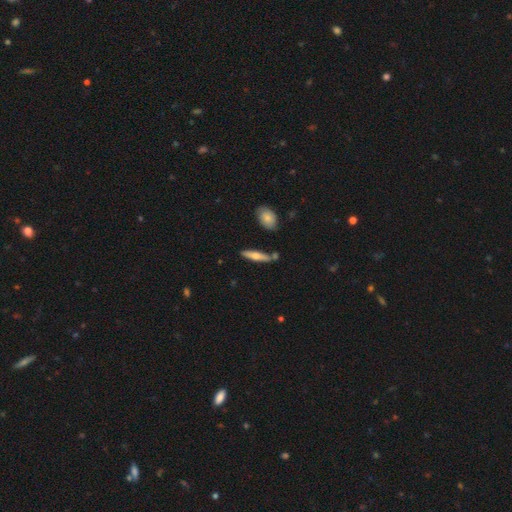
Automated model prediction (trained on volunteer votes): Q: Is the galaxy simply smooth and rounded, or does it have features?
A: smooth — 52%.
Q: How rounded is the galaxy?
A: cigar-shaped — 76%.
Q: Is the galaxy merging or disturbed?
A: none — 76%.